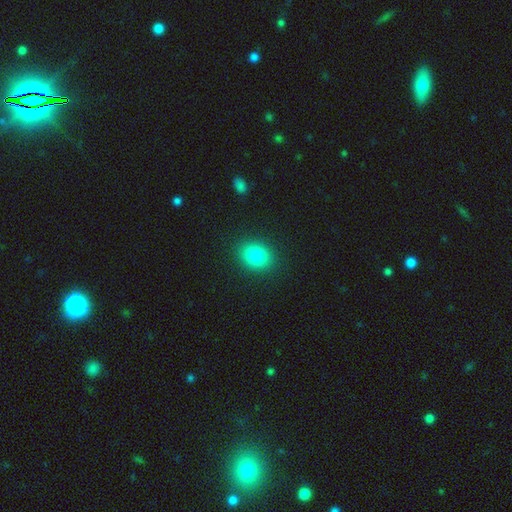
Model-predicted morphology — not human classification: The model was most divided on "how rounded": in between: 53%, round: 46%, cigar-shaped: 1%. More confident: merging — none (89%); smooth or featured — smooth (83%).